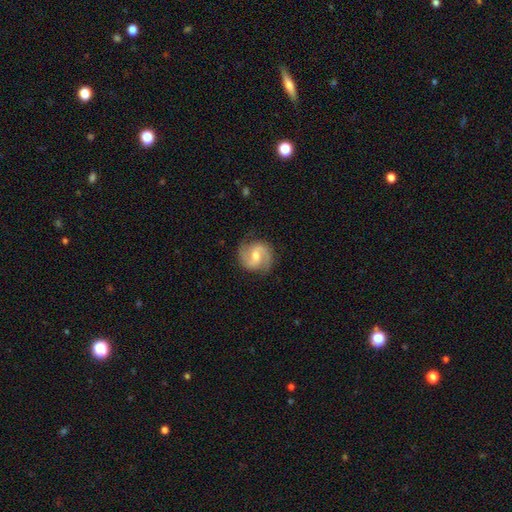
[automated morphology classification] This is clearly a featured or disk galaxy (86%). It is clearly not viewed edge-on (98%). Bar: possibly weak (55%). Spiral arm pattern: clearly yes (97%). Spiral arm count: clearly 2 (93%). Spiral winding: possibly medium (57%). Central bulge: likely moderate (64%). Merging: clearly none (83%).